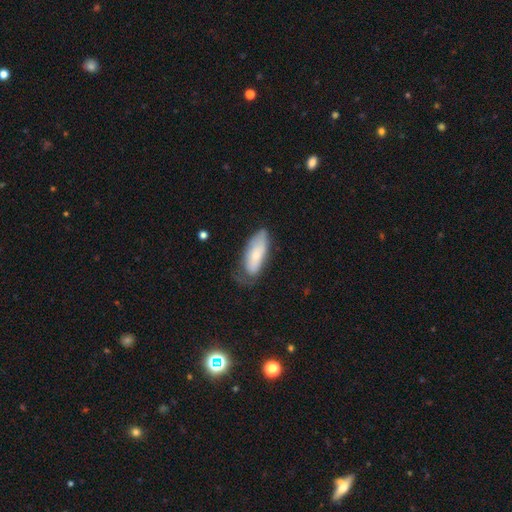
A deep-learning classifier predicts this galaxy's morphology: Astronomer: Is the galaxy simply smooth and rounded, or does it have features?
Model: smooth — 64%.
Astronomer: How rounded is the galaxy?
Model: in between — 81%.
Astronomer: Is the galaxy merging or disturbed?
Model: none — 44% (runner-up: minor disturbance, 36%).